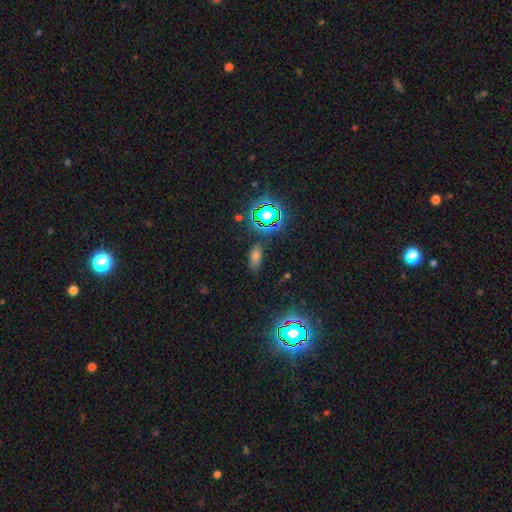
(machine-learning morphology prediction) Smooth or featured?
  - smooth: 53% *
  - star or artifact: 36%
  - featured or disk: 11%
How rounded?
  - in between: 76% *
  - cigar-shaped: 15%
  - round: 9%
Merging?
  - none: 80% *
  - minor disturbance: 12%
  - major disturbance: 4%
  - merger: 3%